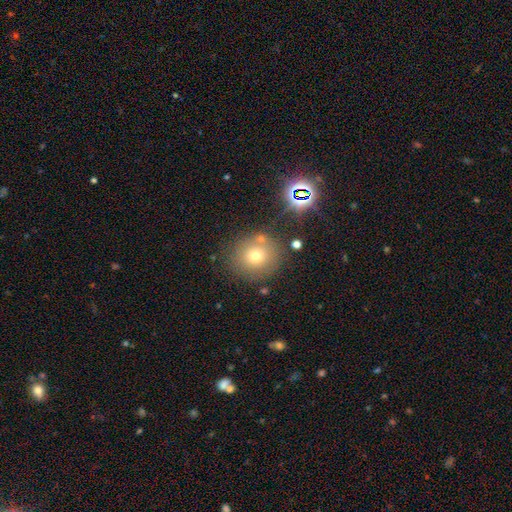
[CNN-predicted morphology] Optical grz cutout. It shows a smooth galaxy with no disk features (69%) that is round (86%). Merging: none (76%).